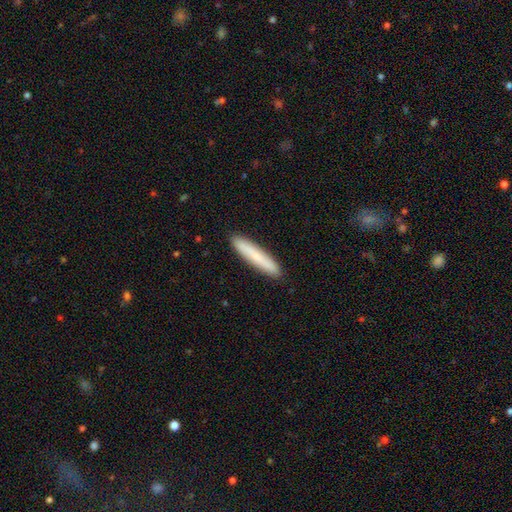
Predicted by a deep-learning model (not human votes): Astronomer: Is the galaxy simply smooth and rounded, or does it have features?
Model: smooth — 77%.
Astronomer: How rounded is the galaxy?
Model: cigar-shaped — 92%.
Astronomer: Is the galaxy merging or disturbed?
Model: none — 91%.